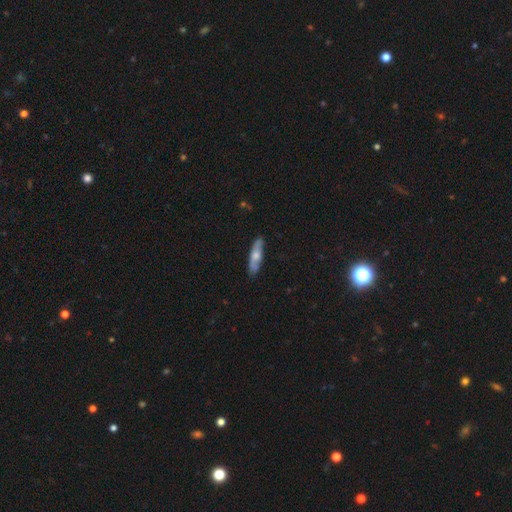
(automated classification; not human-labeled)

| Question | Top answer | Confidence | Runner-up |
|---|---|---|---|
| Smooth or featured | smooth | 55% | featured or disk (39%) |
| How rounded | cigar-shaped | 69% | in between (29%) |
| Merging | none | 83% | minor disturbance (14%) |